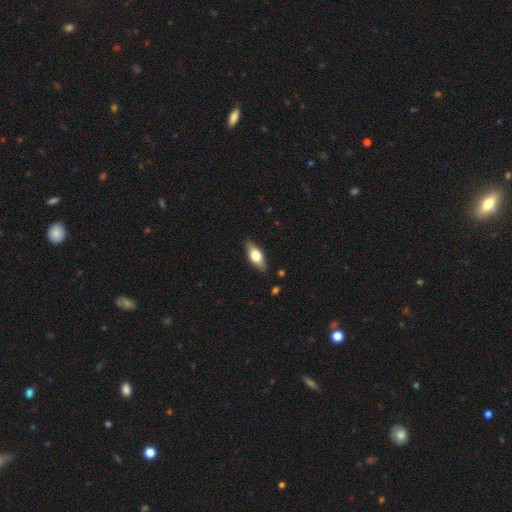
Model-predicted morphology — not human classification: Overall: smooth (59%; featured or disk 35%). How rounded: in between (76%). Merging: none (85%).